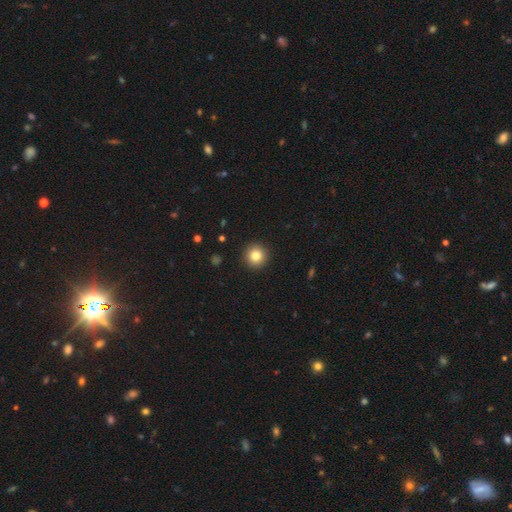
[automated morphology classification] This is clearly a smooth galaxy (83%). How rounded: clearly round (95%). Merging: clearly none (93%).